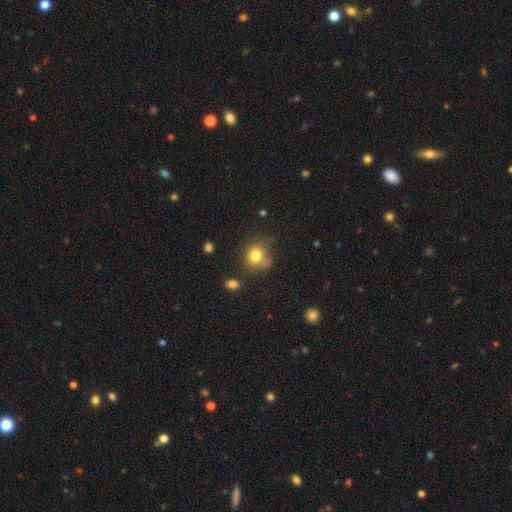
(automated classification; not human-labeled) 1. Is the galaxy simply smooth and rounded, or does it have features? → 78% smooth, 11% star or artifact, 10% featured or disk.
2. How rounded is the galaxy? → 74% round, 25% in between, 1% cigar-shaped.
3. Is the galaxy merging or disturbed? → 54% none, 26% minor disturbance, 13% major disturbance, 7% merger.